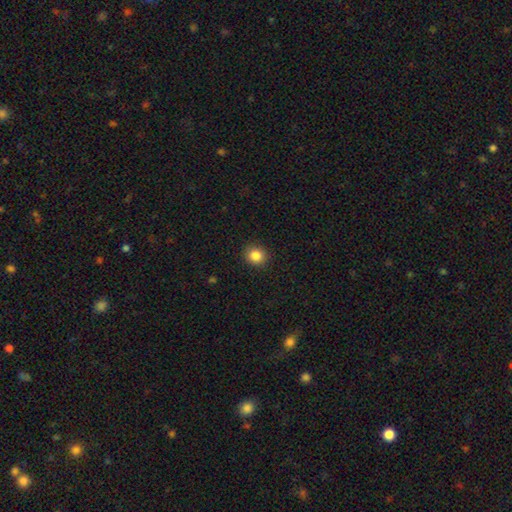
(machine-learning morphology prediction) Smooth or featured? smooth (86%)
How rounded? round (86%)
Merging? none (91%)